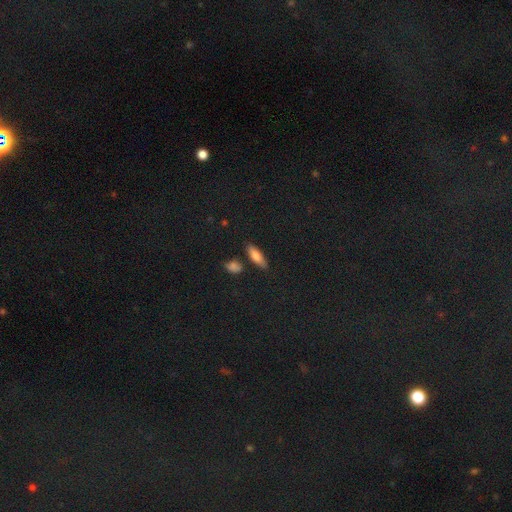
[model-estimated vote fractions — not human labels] The model was most divided on "how rounded": in between: 58%, cigar-shaped: 39%, round: 3%. More confident: merging — none (78%); smooth or featured — smooth (77%).